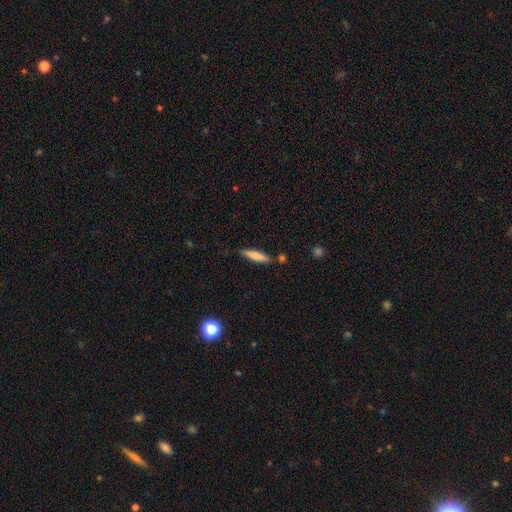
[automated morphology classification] This appears to be a smooth galaxy with no disk features (76%) that is cigar-shaped (80%). Merging: none (80%).